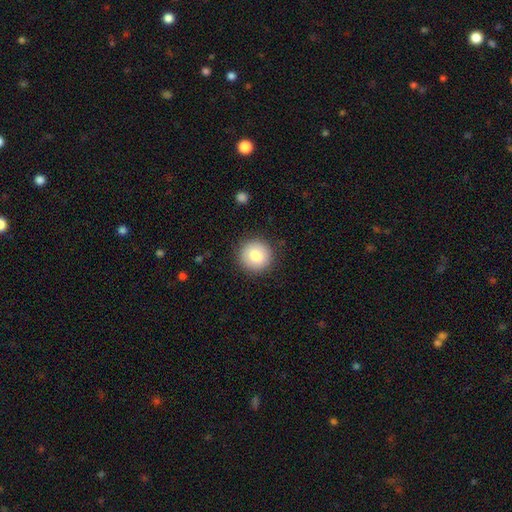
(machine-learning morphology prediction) Smooth or featured? smooth (81%)
How rounded? round (94%)
Merging? none (90%)